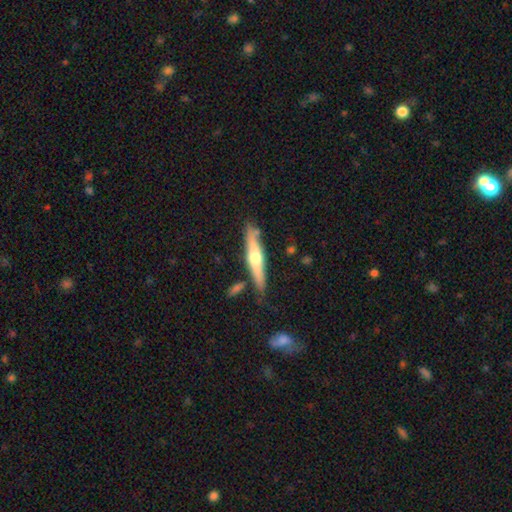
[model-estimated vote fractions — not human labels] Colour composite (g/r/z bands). It shows a featured or disk galaxy (66%) viewed edge-on (94%) with a rounded central bulge (90%). Merging: none (81%).